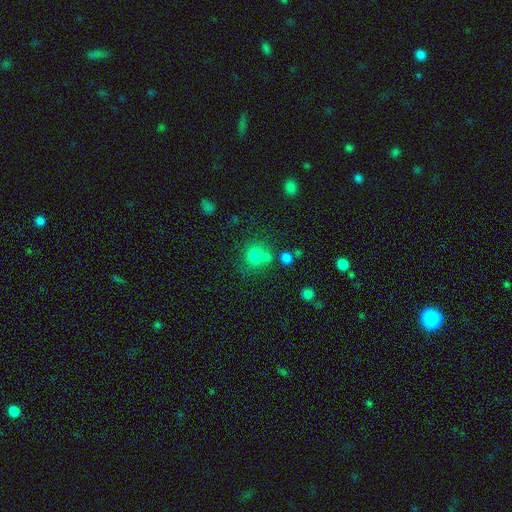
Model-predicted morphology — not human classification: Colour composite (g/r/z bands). It shows a smooth galaxy with no disk features (76%) that is round (83%). Merging: none (56%).